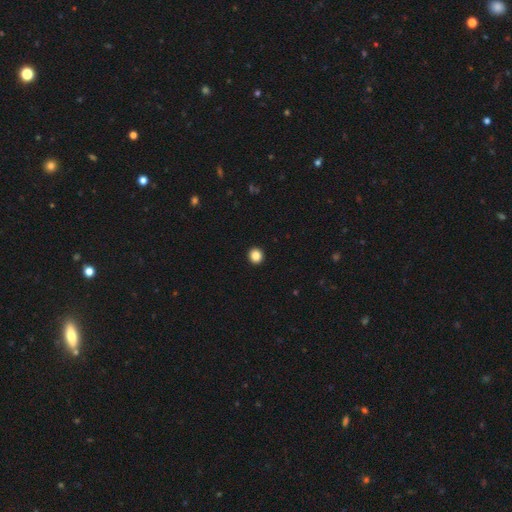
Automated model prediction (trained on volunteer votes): Morphology: type=smooth (86%); roundness=round (90%); merging=none (94%).